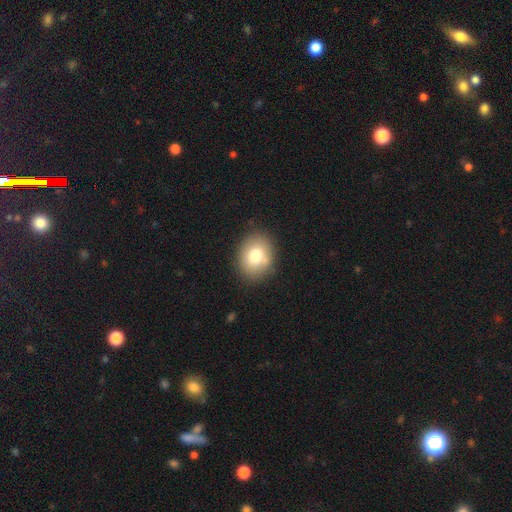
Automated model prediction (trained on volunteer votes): Smooth or featured? Predicted: smooth (p=0.76). How rounded? Predicted: round (p=0.53). Merging? Predicted: none (p=0.84).